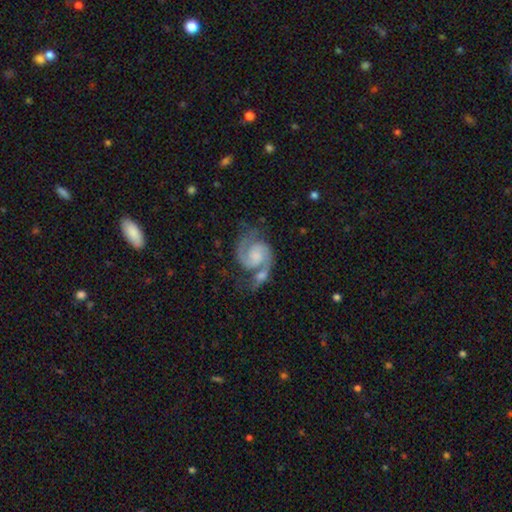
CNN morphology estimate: The model was most divided on "bulge size": small: 34%, none: 30%, moderate: 25%, large: 9%, dominant: 2%. Remaining: edge-on disk — no (98%); spiral arms — yes (98%); spiral arm count — 2 (92%); smooth or featured — featured or disk (88%); bar — no (63%); spiral winding — medium (54%); merging — none (45%).